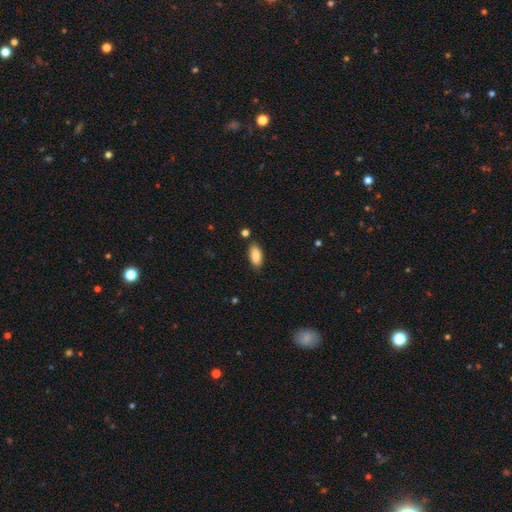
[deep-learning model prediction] Overall: smooth (88%). How rounded: in between (89%). Merging: none (84%).